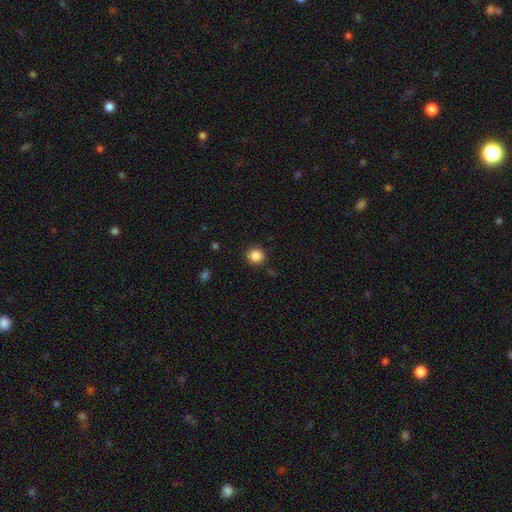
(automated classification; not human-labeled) A smooth galaxy with no disk features (86%) that is round (91%).

Vote fractions:
- Smooth or featured? smooth: 86% / star or artifact: 11% / featured or disk: 3%
- How rounded? round: 91% / in between: 8% / cigar-shaped: 1%
- Merging? none: 88% / minor disturbance: 8% / major disturbance: 2% / merger: 2%